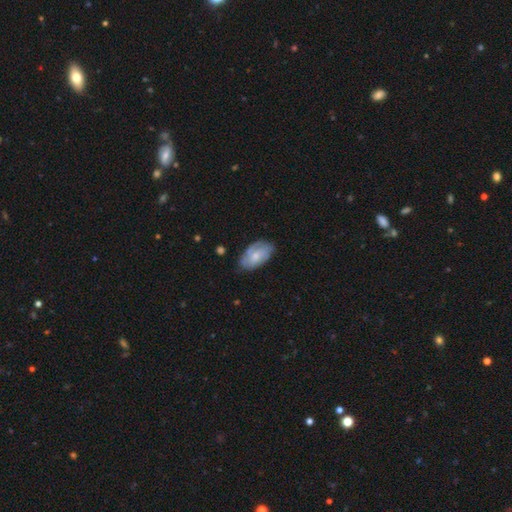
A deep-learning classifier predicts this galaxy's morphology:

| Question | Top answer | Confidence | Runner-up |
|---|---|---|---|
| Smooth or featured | smooth | 53% | featured or disk (41%) |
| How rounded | in between | 93% | round (5%) |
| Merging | none | 65% | minor disturbance (26%) |